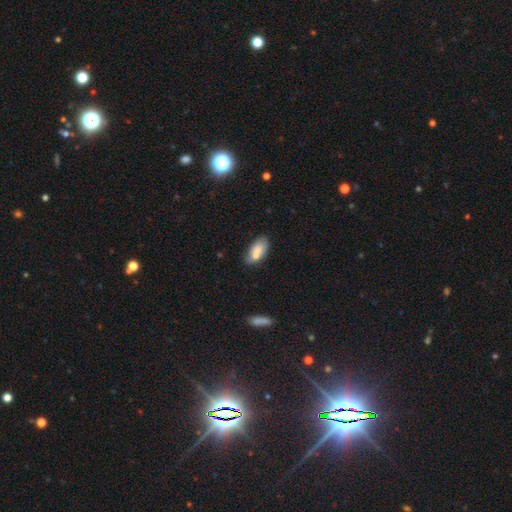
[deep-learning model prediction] Smooth or featured? smooth (79%)
How rounded? in between (90%)
Merging? none (58%)